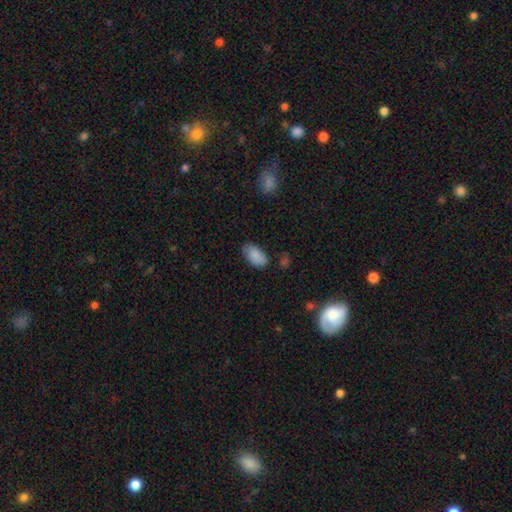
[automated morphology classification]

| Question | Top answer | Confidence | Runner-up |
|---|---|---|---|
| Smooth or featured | smooth | 86% | featured or disk (7%) |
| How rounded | in between | 94% | round (4%) |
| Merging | none | 72% | minor disturbance (21%) |